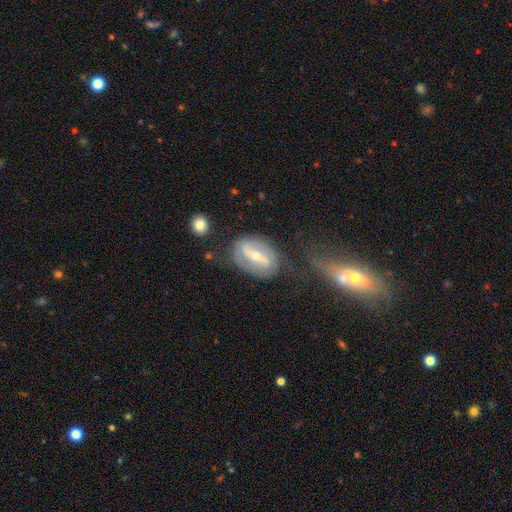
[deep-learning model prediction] This appears to be a featured or disk galaxy (77%) with a strong bar (62%), 2 (77%) medium (38%) spiral arms (71%) and a small central bulge (56%). Merging: none (63%).